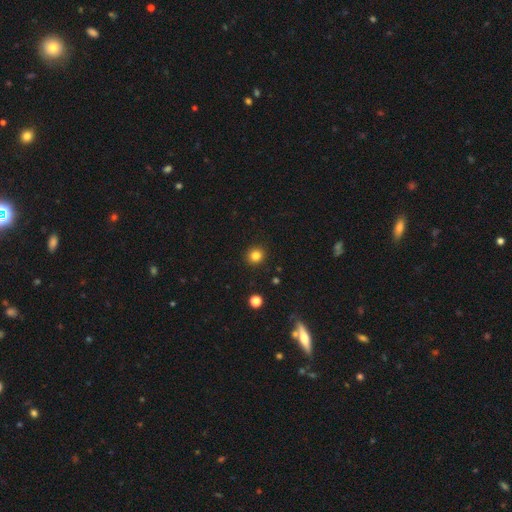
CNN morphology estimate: Smooth or featured? Predicted: smooth (p=0.83). How rounded? Predicted: round (p=0.90). Merging? Predicted: none (p=0.92).